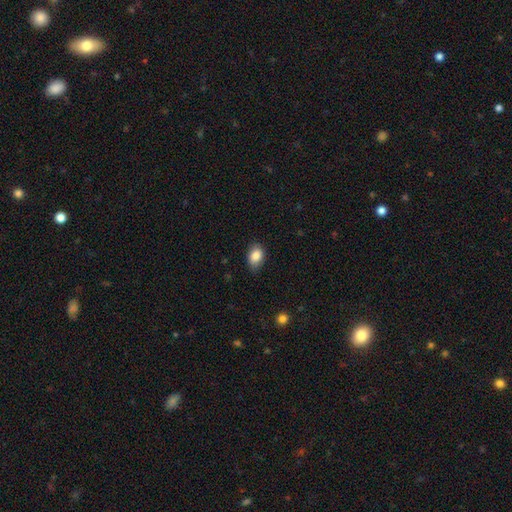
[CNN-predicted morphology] A smooth galaxy with no disk features (86%) that is in between round and cigar-shaped (82%). Merging: none (78%).